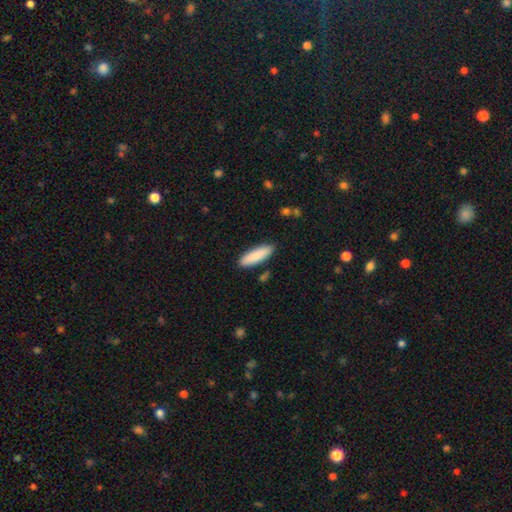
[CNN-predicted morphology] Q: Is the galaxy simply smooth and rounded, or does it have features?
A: smooth — 87%.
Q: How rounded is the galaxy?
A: cigar-shaped — 53%.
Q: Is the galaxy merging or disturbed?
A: none — 87%.